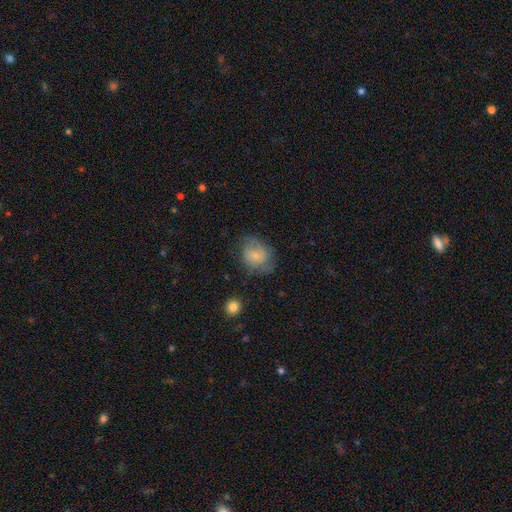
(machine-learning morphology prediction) This is likely a smooth galaxy (62%). How rounded: possibly round (55%). Merging: possibly none (55%).